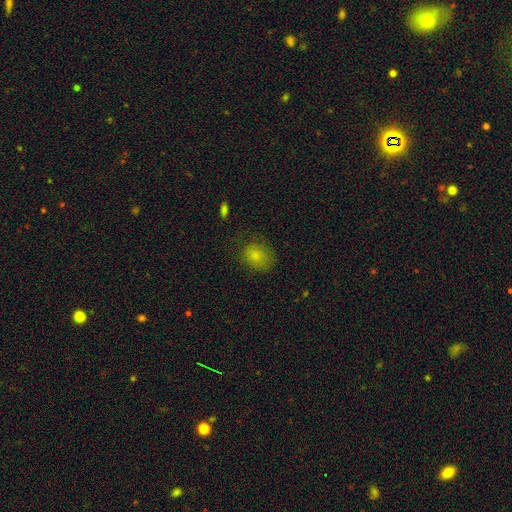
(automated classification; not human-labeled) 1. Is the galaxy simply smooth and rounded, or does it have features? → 81% smooth, 11% star or artifact, 9% featured or disk.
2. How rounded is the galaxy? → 59% round, 40% in between, 1% cigar-shaped.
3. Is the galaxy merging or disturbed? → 70% none, 21% minor disturbance, 7% major disturbance, 1% merger.